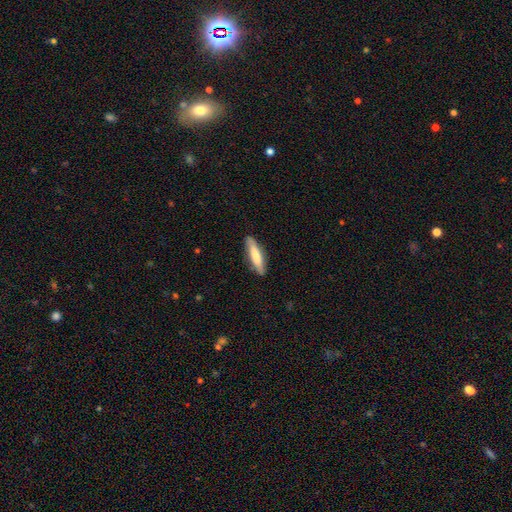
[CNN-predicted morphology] A smooth galaxy with no disk features (69%) that is cigar-shaped (76%).

Vote fractions:
- Smooth or featured? smooth: 69% / featured or disk: 26% / star or artifact: 5%
- How rounded? cigar-shaped: 76% / in between: 23% / round: 1%
- Merging? none: 86% / minor disturbance: 11% / major disturbance: 2% / merger: 1%